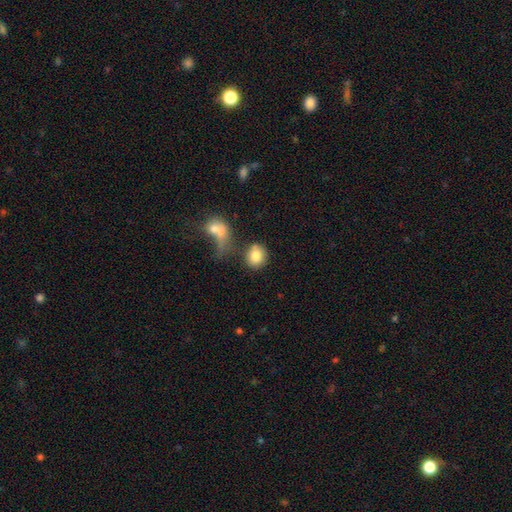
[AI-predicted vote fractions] Q: Smooth or featured?
A: smooth (82%); runner-up: featured or disk (10%)
Q: How rounded?
A: round (69%); runner-up: in between (29%)
Q: Merging?
A: none (52%); runner-up: merger (25%)